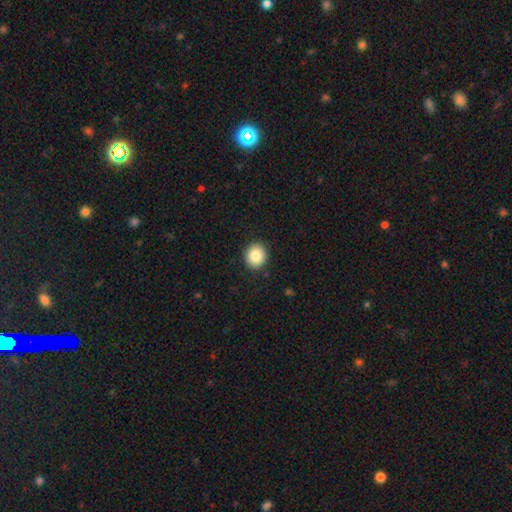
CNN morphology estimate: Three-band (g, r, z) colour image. It shows a smooth galaxy with no disk features (86%) that is round (82%). Merging: none (91%).